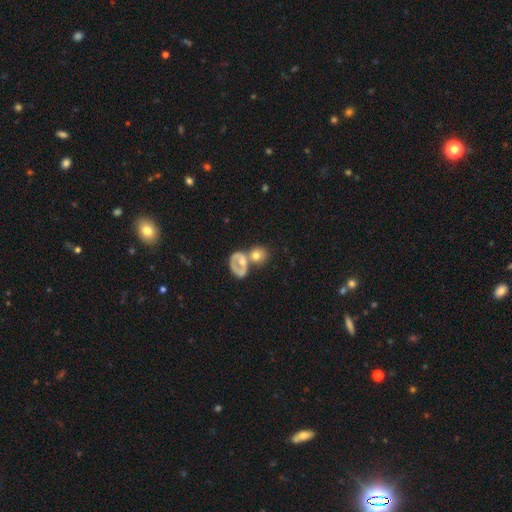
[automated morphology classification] type=smooth (53%); roundness=round (64%); merging=none (42%).